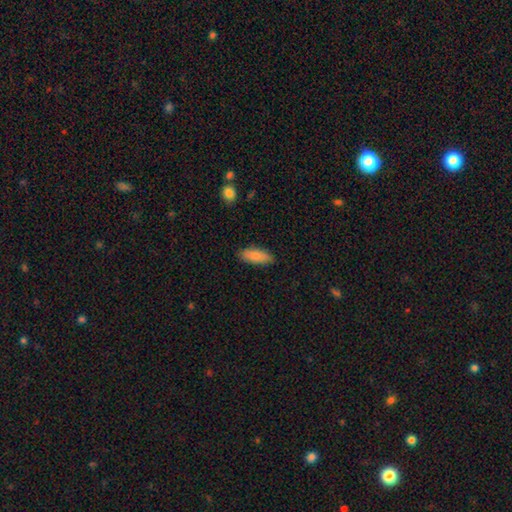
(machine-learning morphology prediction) Smooth or featured: smooth — 86% (featured or disk — 8%)
How rounded: in between — 77% (cigar-shaped — 21%)
Merging: none — 85% (minor disturbance — 12%)